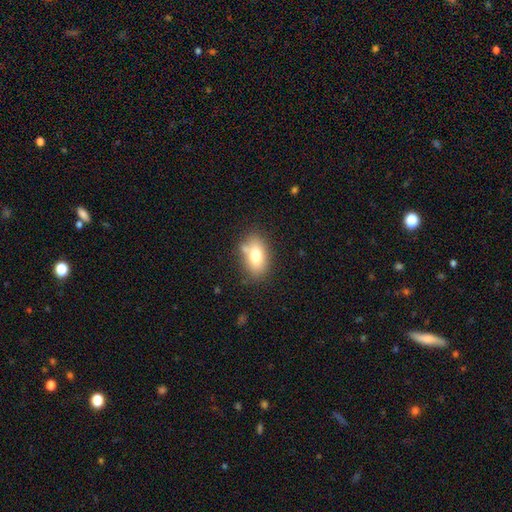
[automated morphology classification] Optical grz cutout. It shows a smooth galaxy with no disk features (75%) that is in between round and cigar-shaped (86%). Merging: none (70%).